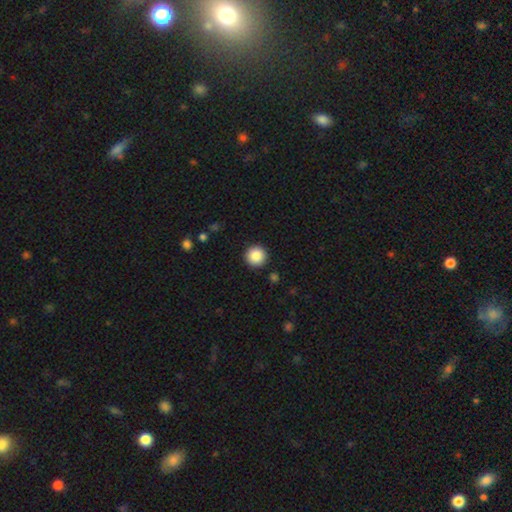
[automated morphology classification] smooth-or-featured: smooth: 87% | star or artifact: 9% | featured or disk: 4%
  how-rounded: round: 96% | in between: 3% | cigar-shaped: 1%
  merging: none: 92% | minor disturbance: 5% | major disturbance: 2% | merger: 1%